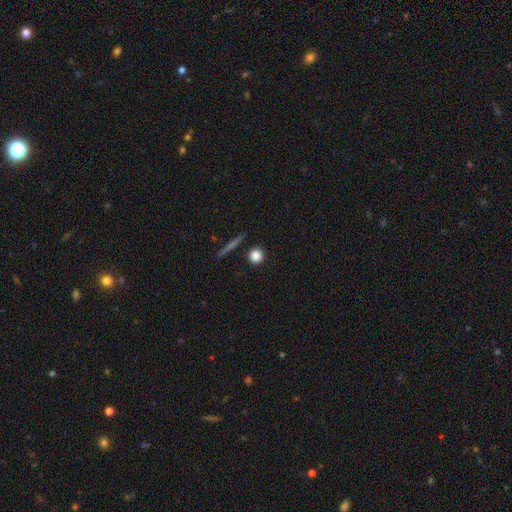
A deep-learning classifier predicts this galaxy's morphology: The model was most divided on "smooth or featured": smooth: 83%, star or artifact: 10%, featured or disk: 7%. More confident: how rounded — round (93%); merging — none (88%).